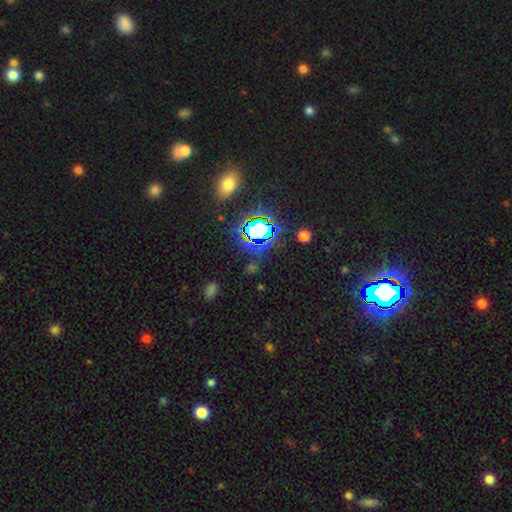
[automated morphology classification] smooth-or-featured: star or artifact: 74% | smooth: 17% | featured or disk: 9%